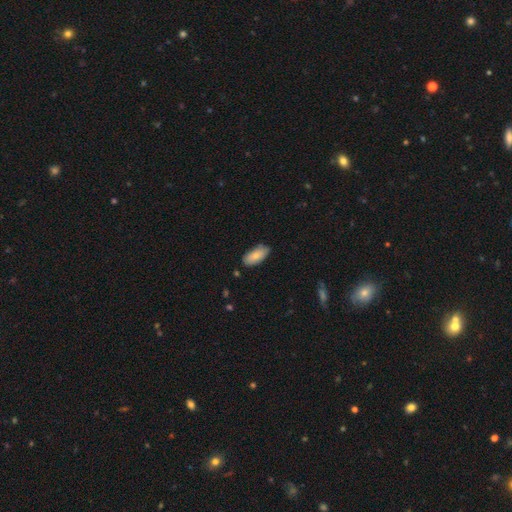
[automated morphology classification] The model was most divided on "smooth or featured": smooth: 76%, featured or disk: 17%, star or artifact: 6%. More confident: how rounded — in between (91%); merging — none (80%).